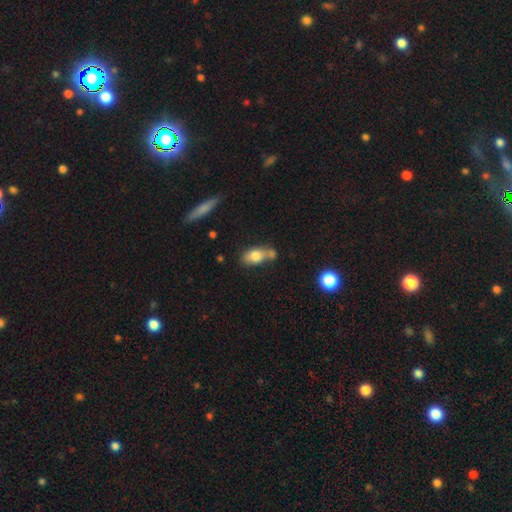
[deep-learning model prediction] smooth_or_featured: smooth (p=0.73) [alt: featured or disk p=0.18]
how_rounded: in between (p=0.82) [alt: round p=0.10]
merging: none (p=0.43) [alt: merger p=0.32]